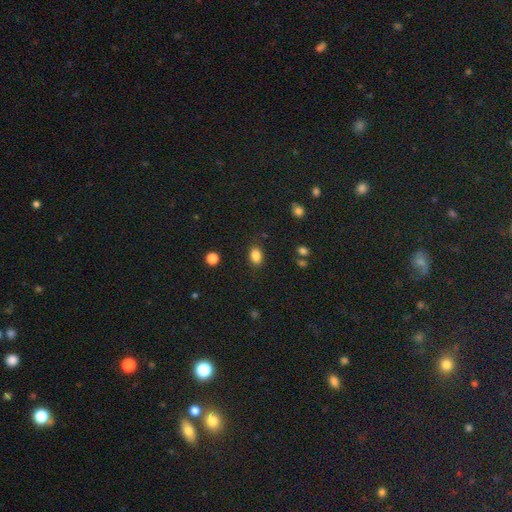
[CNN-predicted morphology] This is clearly a smooth galaxy (85%). How rounded: likely in between (77%). Merging: clearly none (85%).